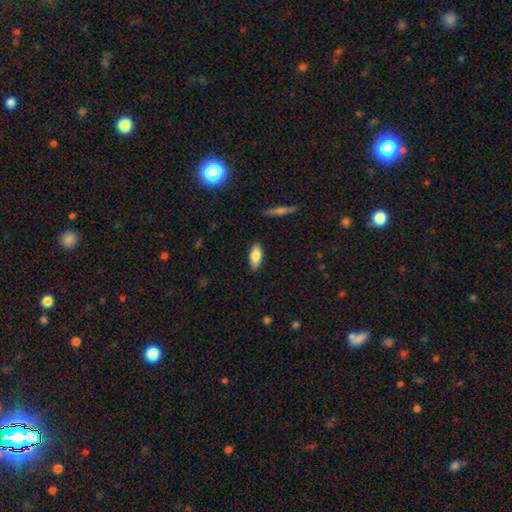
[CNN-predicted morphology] Smooth or featured? smooth (79%)
How rounded? in between (80%)
Merging? none (88%)